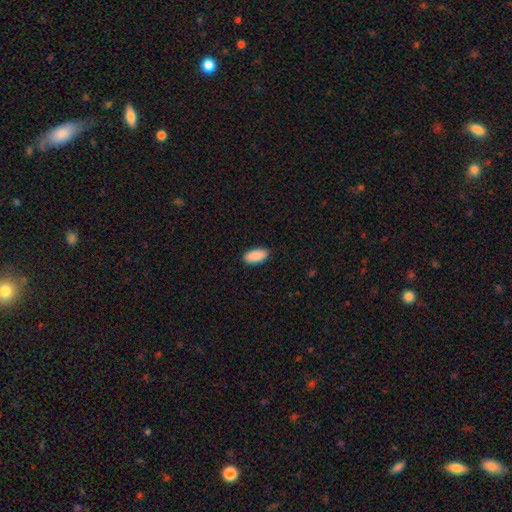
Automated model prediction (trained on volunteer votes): The model was most divided on "merging": none: 87%, minor disturbance: 10%, major disturbance: 2%, merger: 1%. More confident: how rounded — in between (93%); smooth or featured — smooth (91%).